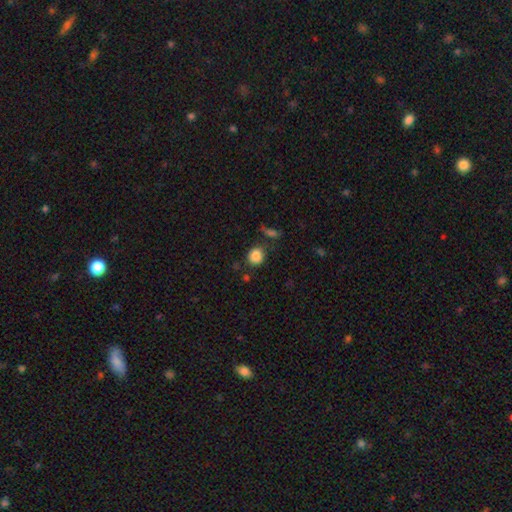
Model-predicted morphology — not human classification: Smooth or featured? smooth (86%)
How rounded? round (78%)
Merging? none (77%)